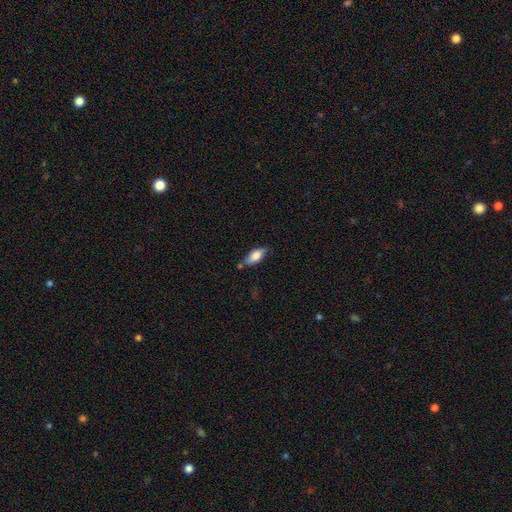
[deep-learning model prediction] smooth-or-featured: smooth: 76% | featured or disk: 18% | star or artifact: 7%
  how-rounded: in between: 83% | cigar-shaped: 15% | round: 3%
  merging: none: 65% | minor disturbance: 23% | merger: 7% | major disturbance: 5%